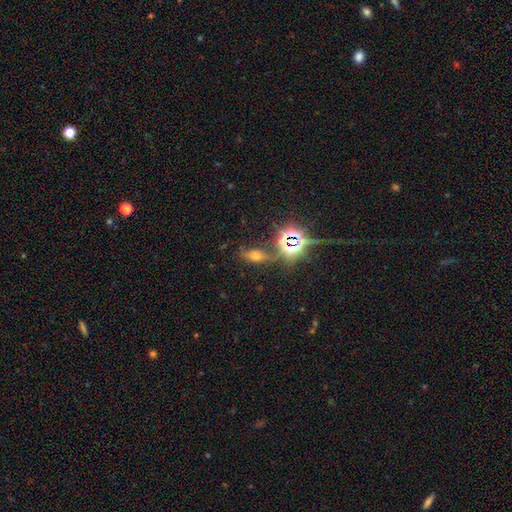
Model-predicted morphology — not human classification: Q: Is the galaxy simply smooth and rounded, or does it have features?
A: star or artifact — 50%.